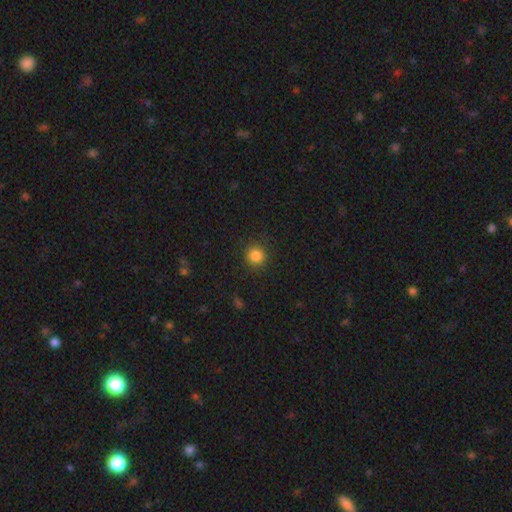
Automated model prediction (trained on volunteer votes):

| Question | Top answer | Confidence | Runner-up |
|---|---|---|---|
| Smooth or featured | smooth | 84% | star or artifact (12%) |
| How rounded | round | 91% | in between (8%) |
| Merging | none | 89% | minor disturbance (8%) |